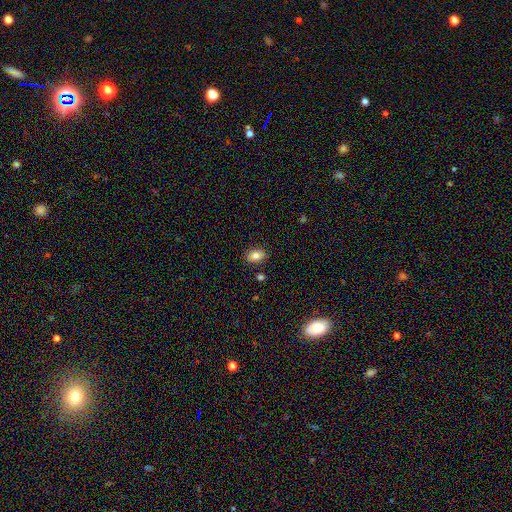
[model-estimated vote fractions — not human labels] A smooth galaxy with no disk features (80%) that is in between round and cigar-shaped (76%). Merging: none (84%).